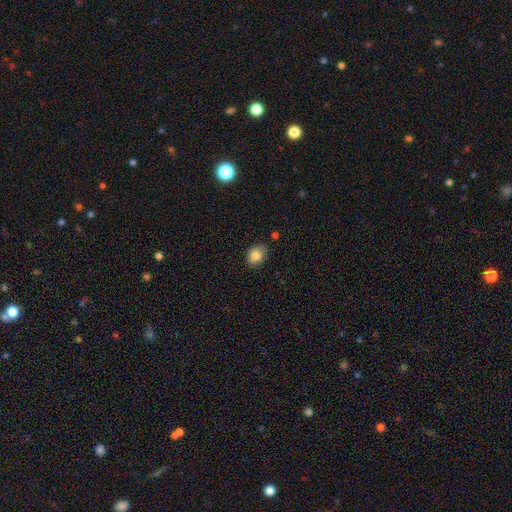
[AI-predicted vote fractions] Smooth or featured?
  - smooth: 83% *
  - star or artifact: 9%
  - featured or disk: 9%
How rounded?
  - in between: 64% *
  - round: 35%
  - cigar-shaped: 1%
Merging?
  - none: 81% *
  - minor disturbance: 14%
  - major disturbance: 2%
  - merger: 2%